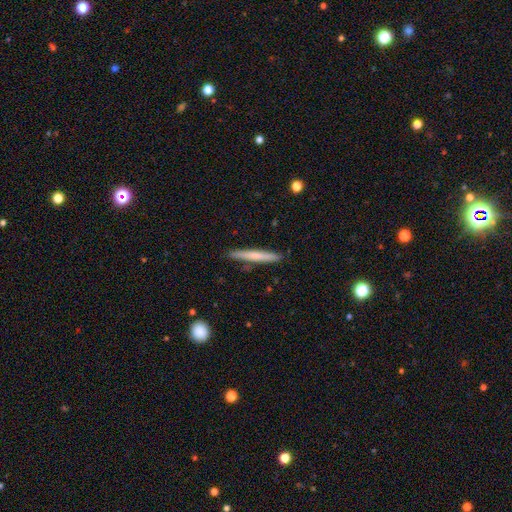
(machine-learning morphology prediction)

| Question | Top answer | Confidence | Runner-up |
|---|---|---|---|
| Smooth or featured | smooth | 62% | featured or disk (32%) |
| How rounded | cigar-shaped | 96% | in between (3%) |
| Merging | none | 89% | minor disturbance (8%) |